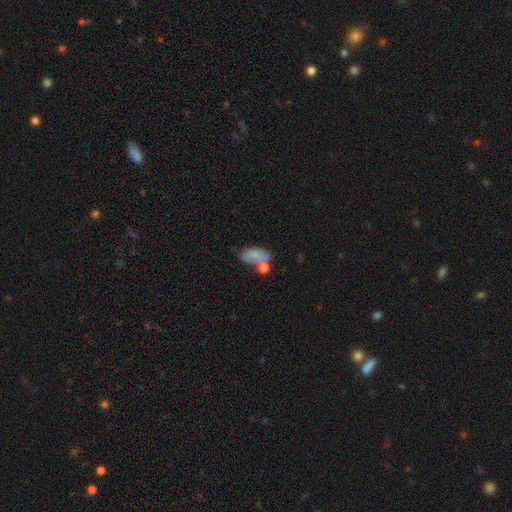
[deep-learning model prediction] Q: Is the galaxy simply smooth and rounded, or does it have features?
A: smooth — 67%.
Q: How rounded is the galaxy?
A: in between — 88%.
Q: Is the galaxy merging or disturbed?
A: merger — 32%.